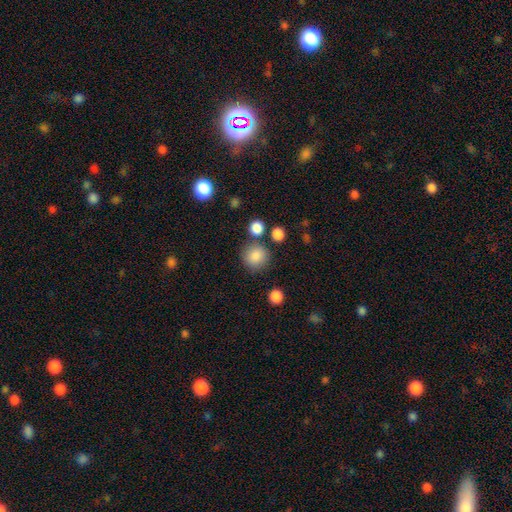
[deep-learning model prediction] The model was most divided on "merging": none: 80%, minor disturbance: 10%, merger: 7%, major disturbance: 4%. More confident: how rounded — round (91%); smooth or featured — smooth (85%).